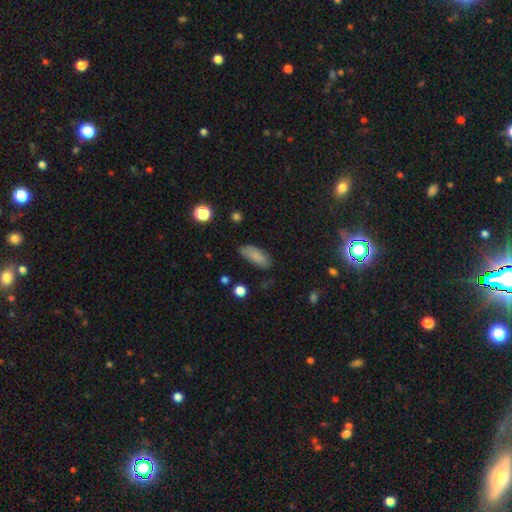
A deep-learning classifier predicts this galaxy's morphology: Smooth or featured? Predicted: smooth (p=0.81). How rounded? Predicted: in between (p=0.83). Merging? Predicted: none (p=0.72).